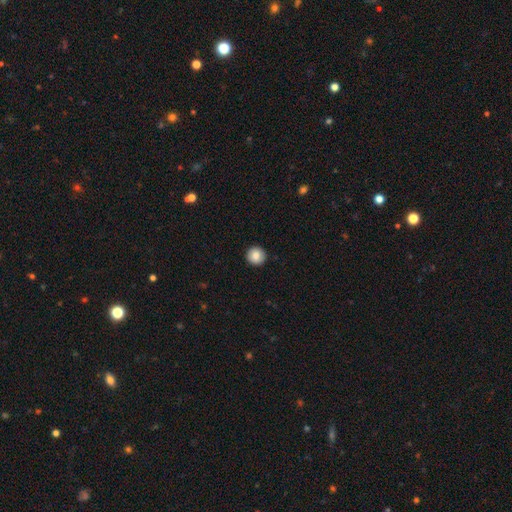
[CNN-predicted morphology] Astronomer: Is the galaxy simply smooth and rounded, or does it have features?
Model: smooth — 85%.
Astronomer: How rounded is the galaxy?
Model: round — 96%.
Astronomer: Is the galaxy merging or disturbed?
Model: none — 93%.